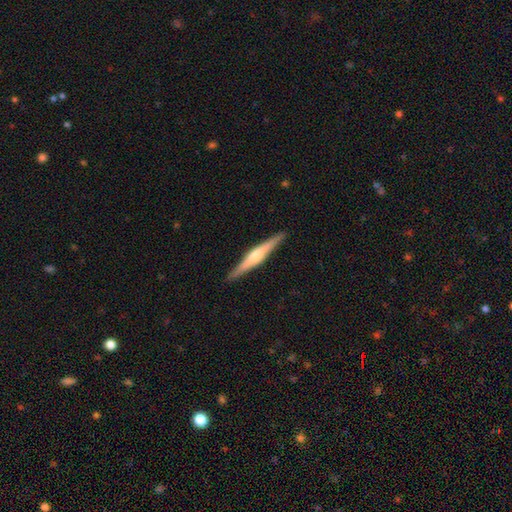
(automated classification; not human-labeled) smooth-or-featured: featured or disk: 68% | smooth: 27% | star or artifact: 5%
  disk-edge-on: yes: 98% | no: 2%
    edge-on-bulge: rounded: 77% | boxy: 13% | none: 10%
  merging: none: 91% | minor disturbance: 7% | major disturbance: 1% | merger: 1%